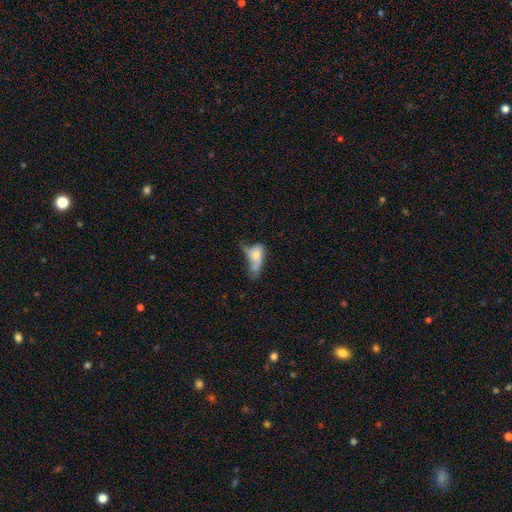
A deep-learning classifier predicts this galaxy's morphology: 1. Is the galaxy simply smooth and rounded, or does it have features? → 55% smooth, 36% featured or disk, 10% star or artifact.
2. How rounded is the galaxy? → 80% in between, 13% cigar-shaped, 7% round.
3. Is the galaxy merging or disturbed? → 35% major disturbance, 23% merger, 22% minor disturbance, 20% none.